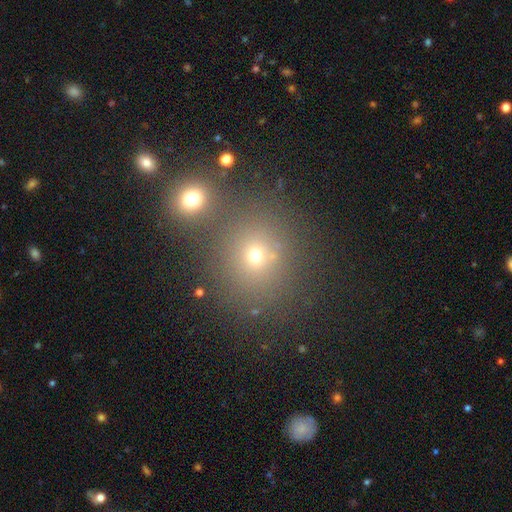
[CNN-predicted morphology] A smooth galaxy with no disk features (67%) that is round (76%). Merging: none (61%).